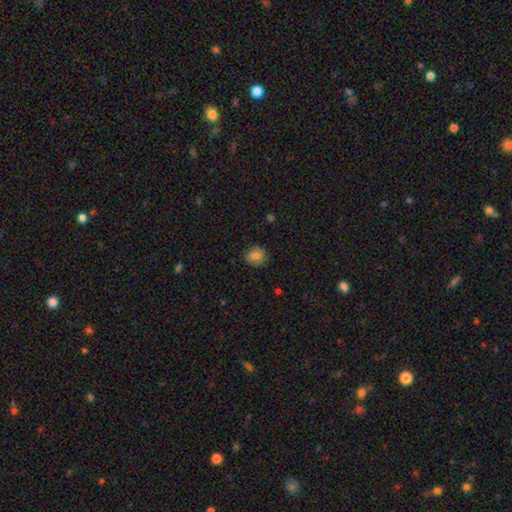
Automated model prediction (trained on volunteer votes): This is likely a smooth galaxy (79%). How rounded: likely round (72%). Merging: likely none (80%).